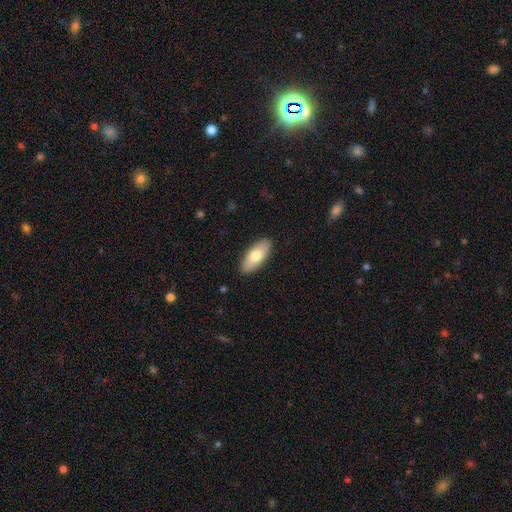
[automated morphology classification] Smooth or featured: smooth — 74% (featured or disk — 20%)
How rounded: in between — 86% (cigar-shaped — 12%)
Merging: none — 89% (minor disturbance — 8%)